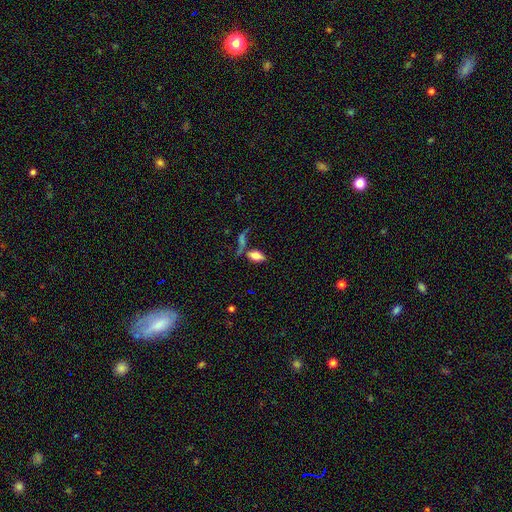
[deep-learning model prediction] smooth 73%, featured or disk 18%, star or artifact 9%. Down the decision tree: how rounded — in between (89%); merging — none (53%).